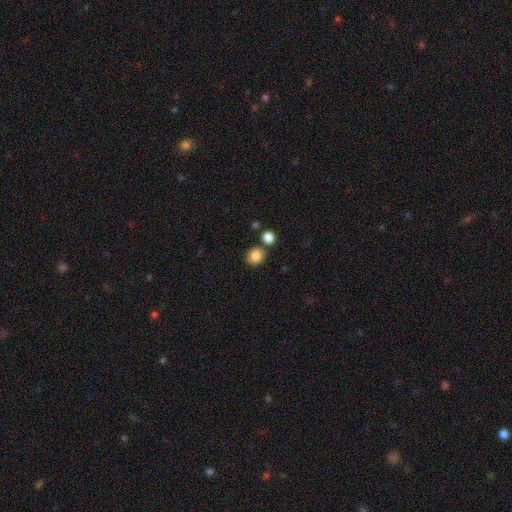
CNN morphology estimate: A smooth galaxy with no disk features (85%) that is round (76%). Merging: none (76%).